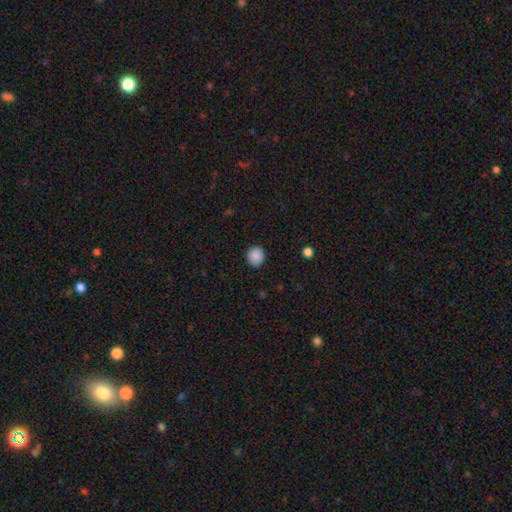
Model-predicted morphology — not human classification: This is clearly a smooth galaxy (88%). How rounded: clearly round (88%). Merging: clearly none (90%).